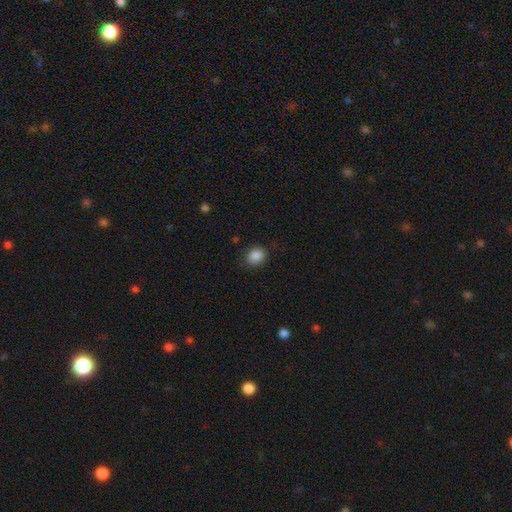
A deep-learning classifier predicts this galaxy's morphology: smooth-or-featured: smooth: 87% | star or artifact: 10% | featured or disk: 4%
  how-rounded: round: 56% | in between: 43% | cigar-shaped: 1%
  merging: none: 84% | minor disturbance: 12% | major disturbance: 3% | merger: 1%